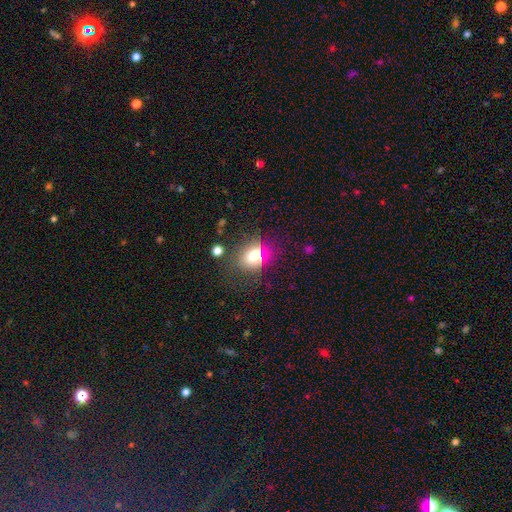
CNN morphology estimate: smooth-or-featured: smooth: 69% | star or artifact: 17% | featured or disk: 15%
  how-rounded: round: 51% | in between: 47% | cigar-shaped: 2%
  merging: none: 69% | minor disturbance: 17% | major disturbance: 8% | merger: 5%